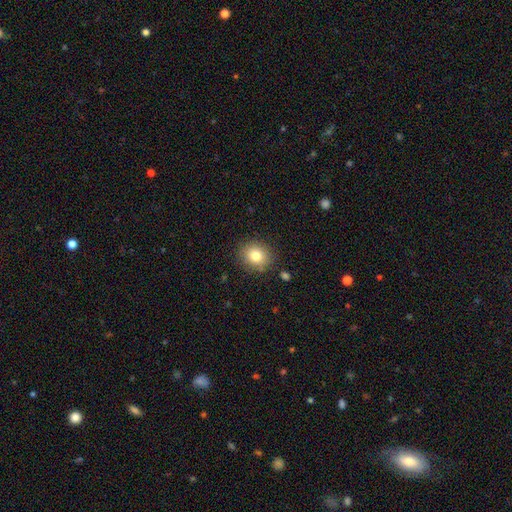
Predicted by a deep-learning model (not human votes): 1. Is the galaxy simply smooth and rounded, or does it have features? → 79% smooth, 11% star or artifact, 10% featured or disk.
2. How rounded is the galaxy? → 78% round, 22% in between, 1% cigar-shaped.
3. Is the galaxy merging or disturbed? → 86% none, 9% minor disturbance, 3% major disturbance, 2% merger.